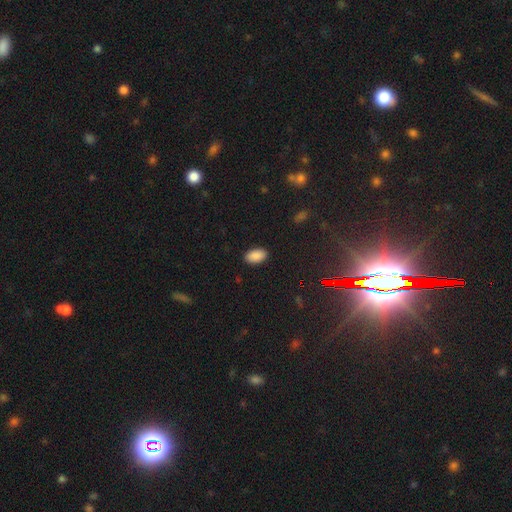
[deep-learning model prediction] Overall: smooth (89%). How rounded: in between (94%). Merging: none (89%).